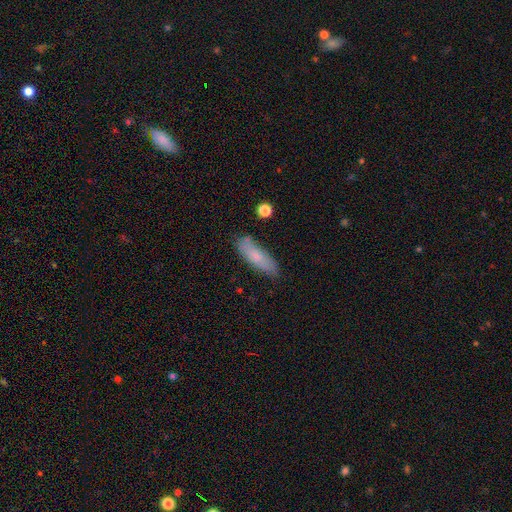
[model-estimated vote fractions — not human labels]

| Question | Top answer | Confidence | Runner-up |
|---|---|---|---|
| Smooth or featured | smooth | 75% | featured or disk (18%) |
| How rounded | in between | 51% | cigar-shaped (47%) |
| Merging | none | 77% | minor disturbance (17%) |